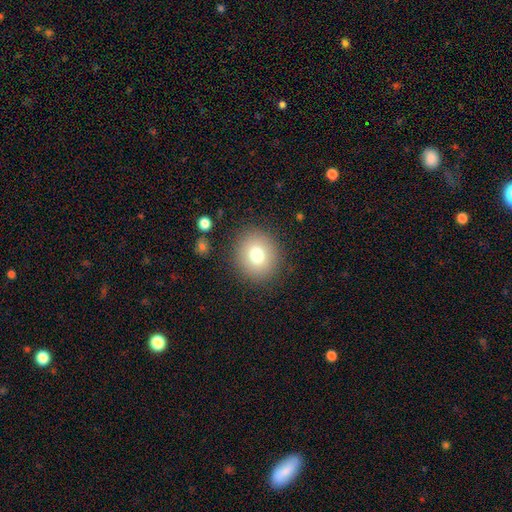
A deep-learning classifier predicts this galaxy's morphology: This appears to be a smooth galaxy with no disk features (74%) that is round (87%). Merging: none (90%).